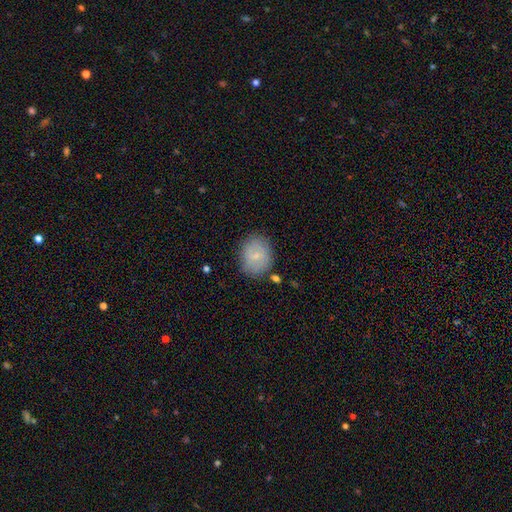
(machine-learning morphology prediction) The model was most divided on "how rounded": round: 61%, in between: 38%, cigar-shaped: 1%. More confident: merging — none (79%); smooth or featured — smooth (71%).